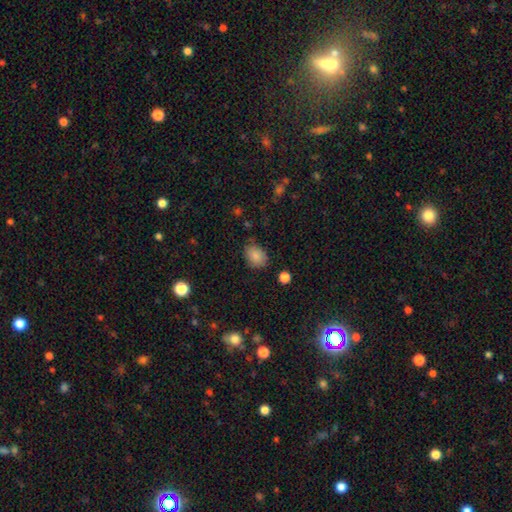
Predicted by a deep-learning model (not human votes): Morphology: type=smooth (85%); roundness=in between (71%); merging=none (76%).